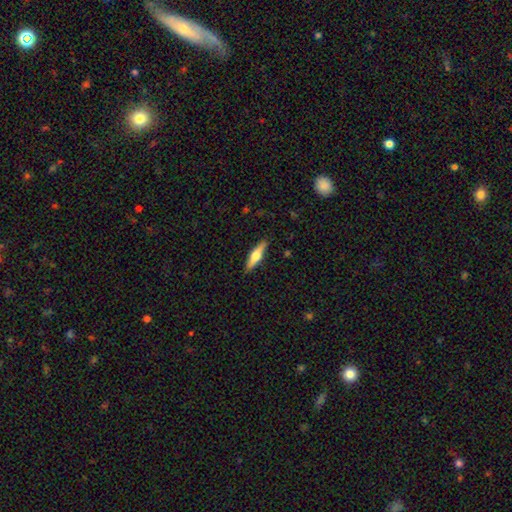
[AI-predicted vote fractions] Morphology: type=smooth (48%); merging=none (87%).